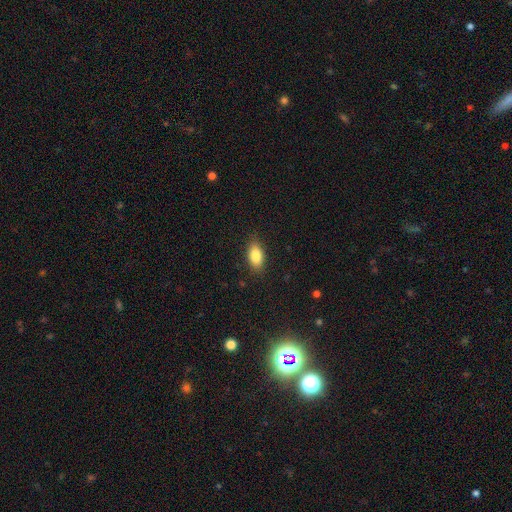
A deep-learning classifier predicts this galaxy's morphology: Smooth or featured?
  - smooth: 83% *
  - featured or disk: 9%
  - star or artifact: 8%
How rounded?
  - in between: 88% *
  - cigar-shaped: 6%
  - round: 5%
Merging?
  - none: 85% *
  - minor disturbance: 11%
  - major disturbance: 3%
  - merger: 1%